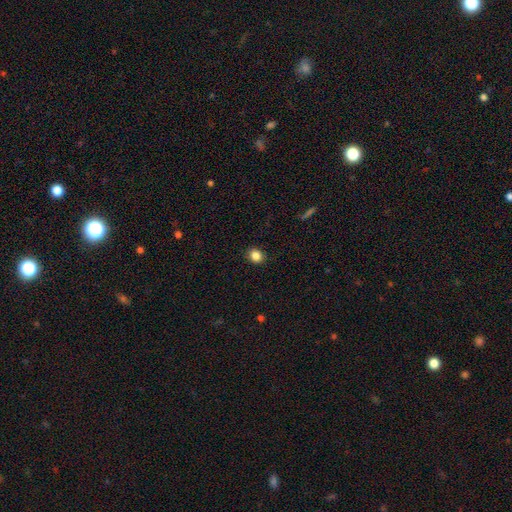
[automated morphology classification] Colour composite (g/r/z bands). It shows a smooth galaxy with no disk features (85%) that is round (64%). Merging: none (90%).